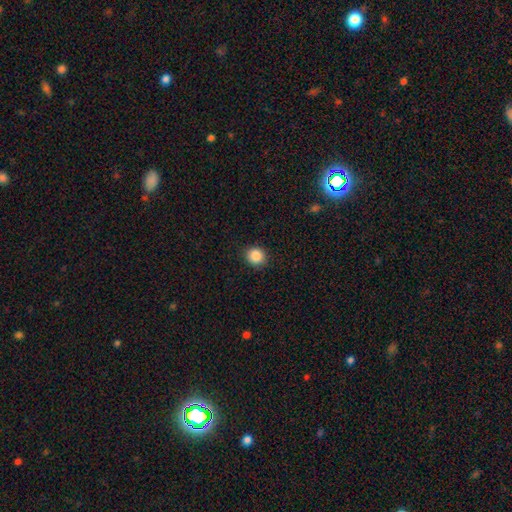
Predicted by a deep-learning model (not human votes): A smooth galaxy with no disk features (88%) that is round (89%).

Vote fractions:
- Smooth or featured? smooth: 88% / star or artifact: 9% / featured or disk: 3%
- How rounded? round: 89% / in between: 10% / cigar-shaped: 1%
- Merging? none: 91% / minor disturbance: 6% / major disturbance: 2% / merger: 1%